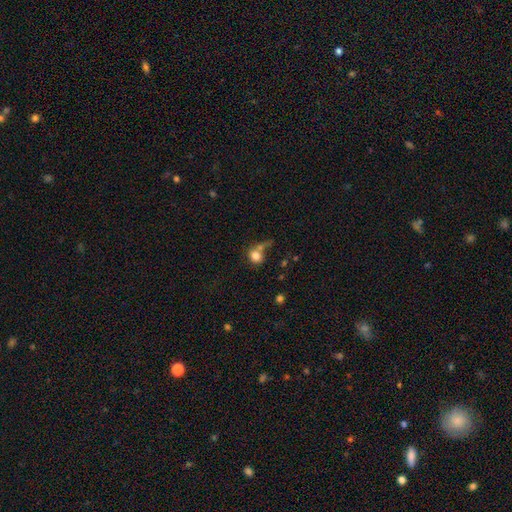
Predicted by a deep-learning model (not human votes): This is likely a smooth galaxy (78%). How rounded: likely round (73%). Merging: marginally none (40%).